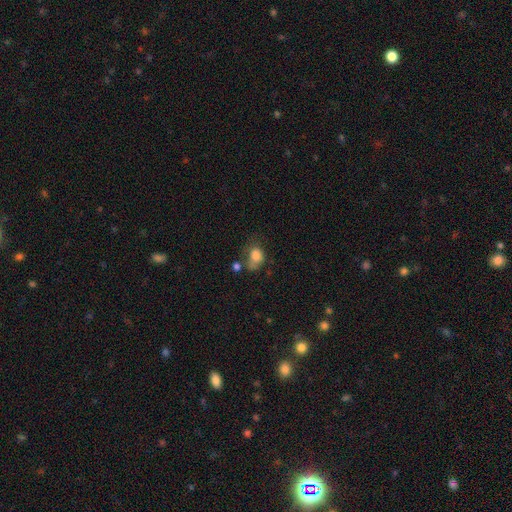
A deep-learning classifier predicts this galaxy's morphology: Smooth or featured? smooth (77%)
How rounded? in between (59%)
Merging? none (29%)